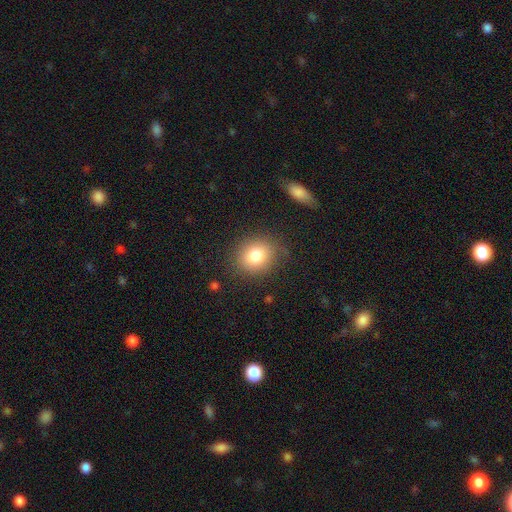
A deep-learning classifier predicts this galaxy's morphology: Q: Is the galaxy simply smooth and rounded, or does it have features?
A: smooth — 80%.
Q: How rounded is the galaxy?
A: round — 69%.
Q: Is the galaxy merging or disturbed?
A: none — 83%.